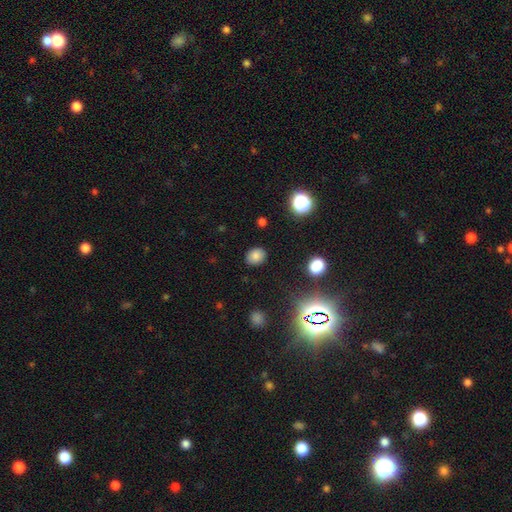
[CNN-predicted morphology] Smooth or featured? smooth (80%)
How rounded? round (52%)
Merging? none (87%)